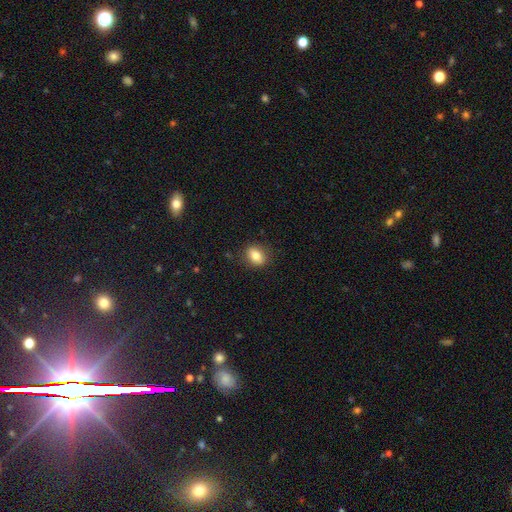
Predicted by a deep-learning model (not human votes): A smooth galaxy with no disk features (82%) that is in between round and cigar-shaped (67%). Merging: none (85%).